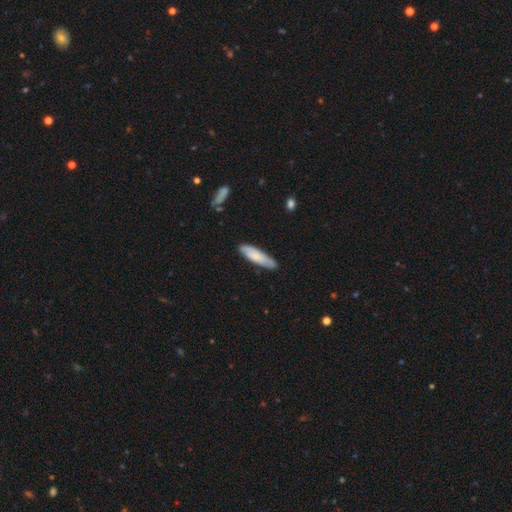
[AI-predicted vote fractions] This is likely a smooth galaxy (73%). How rounded: likely cigar-shaped (67%). Merging: likely none (78%).